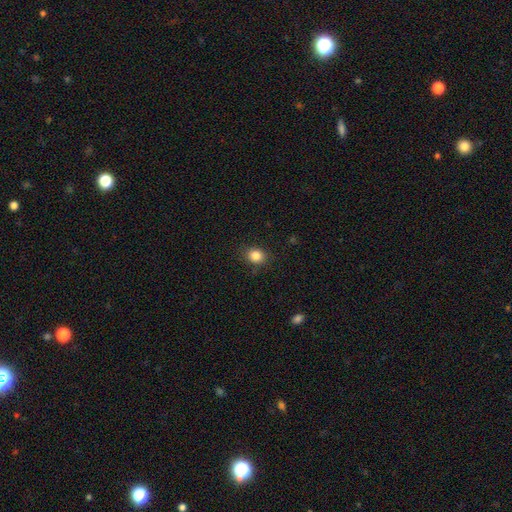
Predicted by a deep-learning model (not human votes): smooth-or-featured: smooth: 85% | star or artifact: 10% | featured or disk: 5%
  how-rounded: round: 67% | in between: 32% | cigar-shaped: 1%
  merging: none: 86% | minor disturbance: 11% | major disturbance: 3% | merger: 1%